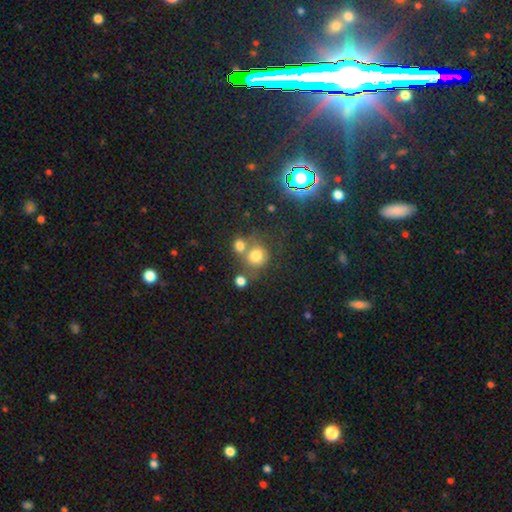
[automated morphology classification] Overall: smooth (75%). How rounded: round (85%). Merging: none (49%; merger 36%).